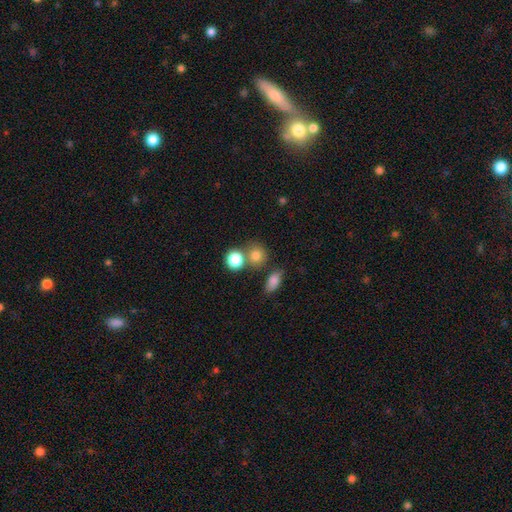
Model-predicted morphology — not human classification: This appears to be a smooth galaxy with no disk features (78%) that is round (79%). Merging: none (60%).